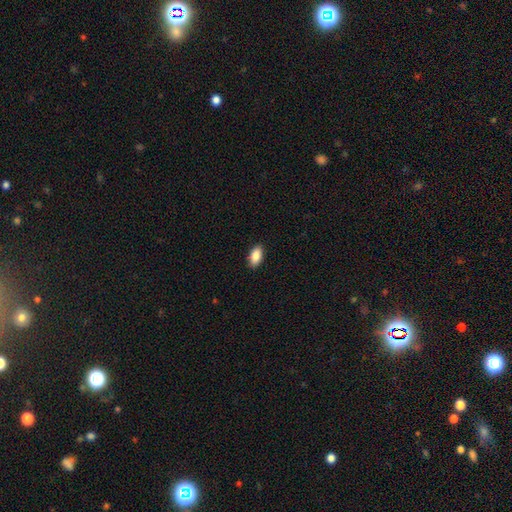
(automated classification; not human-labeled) A smooth galaxy with no disk features (88%) that is in between round and cigar-shaped (93%).

Vote fractions:
- Smooth or featured? smooth: 88% / star or artifact: 7% / featured or disk: 5%
- How rounded? in between: 93% / cigar-shaped: 4% / round: 4%
- Merging? none: 89% / minor disturbance: 8% / major disturbance: 2% / merger: 1%